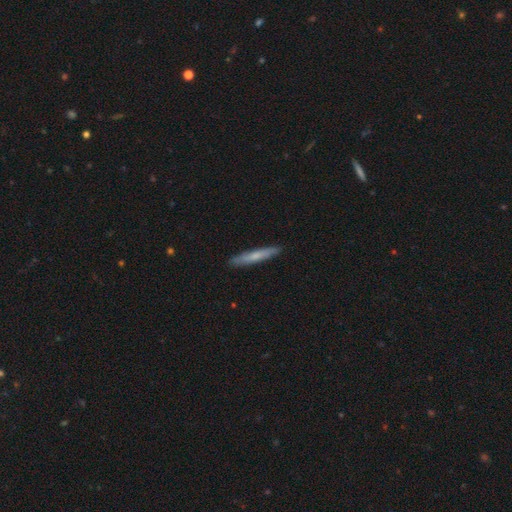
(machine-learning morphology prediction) This appears to be a smooth galaxy with no disk features (63%) that is cigar-shaped (94%). Merging: none (89%).